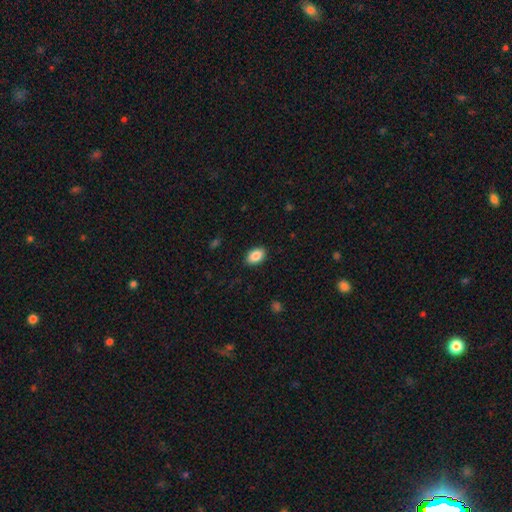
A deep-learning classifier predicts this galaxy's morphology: smooth 88%, star or artifact 7%, featured or disk 4%. Down the decision tree: how rounded — in between (90%); merging — none (89%).